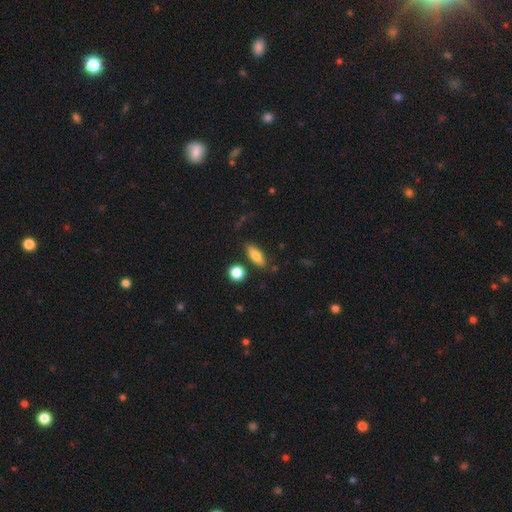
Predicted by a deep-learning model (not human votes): The model was most divided on "how rounded": in between: 66%, cigar-shaped: 29%, round: 5%. More confident: merging — none (81%); smooth or featured — smooth (77%).